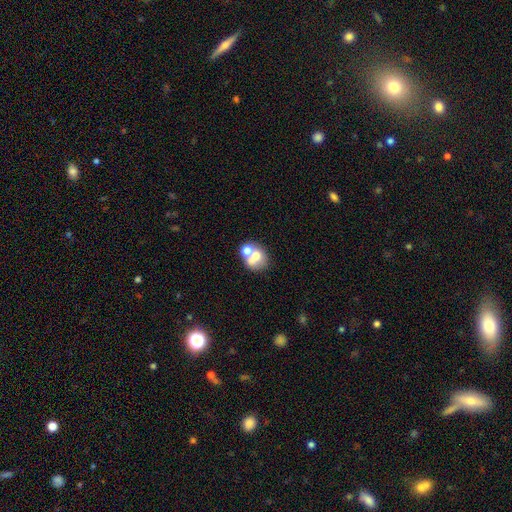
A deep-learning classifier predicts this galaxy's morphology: Smooth or featured? smooth (59%)
How rounded? round (67%)
Merging? merger (50%)